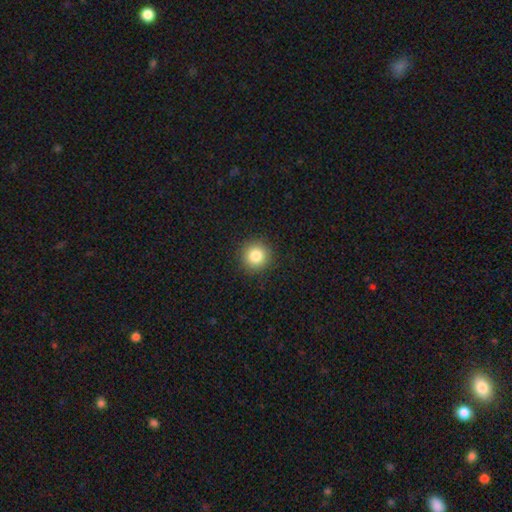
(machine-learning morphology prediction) Smooth or featured? Predicted: smooth (p=0.84). How rounded? Predicted: round (p=0.94). Merging? Predicted: none (p=0.91).